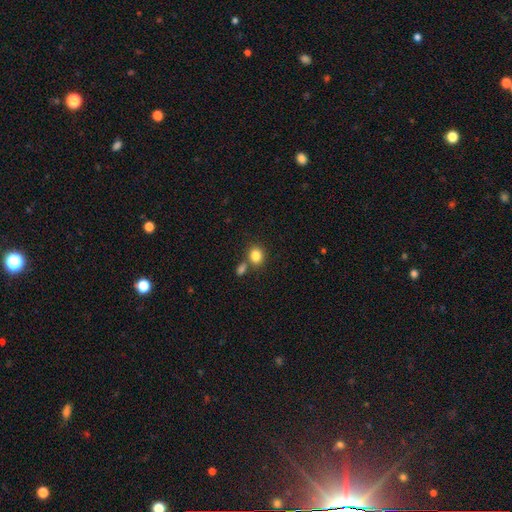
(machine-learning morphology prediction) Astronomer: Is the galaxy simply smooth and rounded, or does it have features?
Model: smooth — 84%.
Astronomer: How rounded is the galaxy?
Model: round — 64%.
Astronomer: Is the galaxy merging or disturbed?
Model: none — 64%.